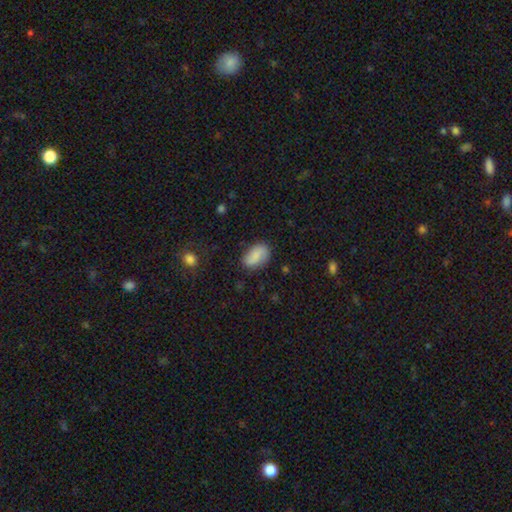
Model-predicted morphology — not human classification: Smooth or featured? Predicted: smooth (p=0.80). How rounded? Predicted: in between (p=0.91). Merging? Predicted: none (p=0.76).